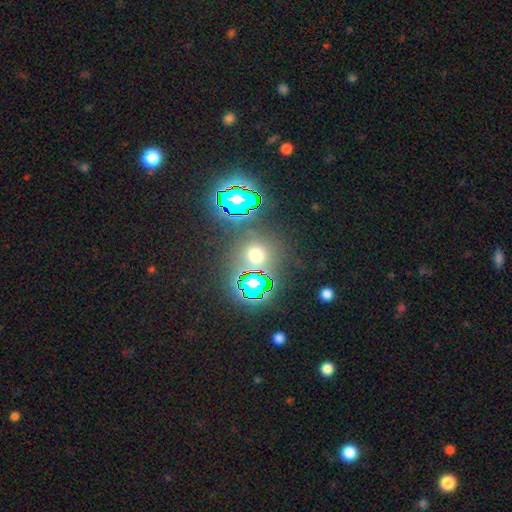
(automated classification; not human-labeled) Q: Smooth or featured?
A: smooth (46%); runner-up: star or artifact (45%)
Q: Merging?
A: none (80%); runner-up: minor disturbance (8%)